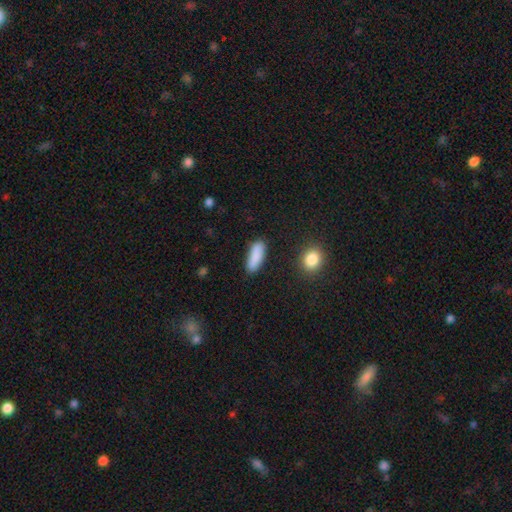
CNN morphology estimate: Smooth or featured: smooth — 88% (star or artifact — 7%)
How rounded: in between — 61% (cigar-shaped — 37%)
Merging: none — 81% (minor disturbance — 13%)